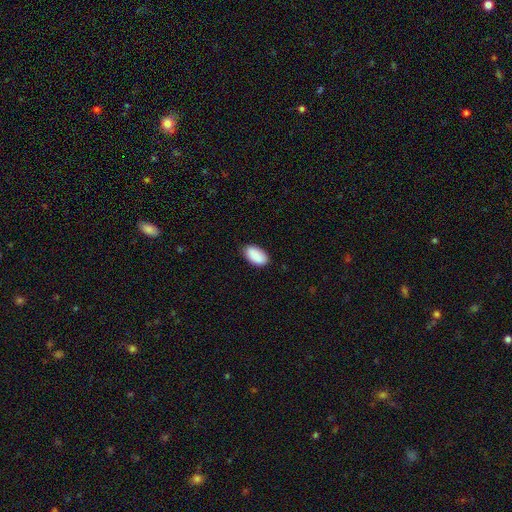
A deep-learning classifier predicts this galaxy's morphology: smooth-or-featured: smooth: 90% | star or artifact: 7% | featured or disk: 3%
  how-rounded: in between: 95% | round: 4% | cigar-shaped: 2%
  merging: none: 84% | minor disturbance: 13% | major disturbance: 2% | merger: 1%